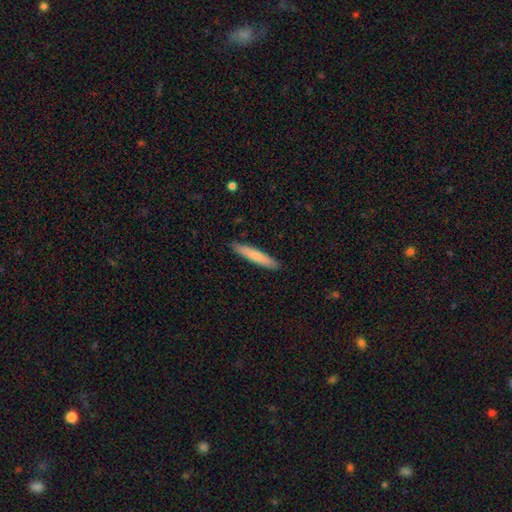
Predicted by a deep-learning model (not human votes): Overall: smooth (72%). How rounded: cigar-shaped (93%). Merging: none (90%).